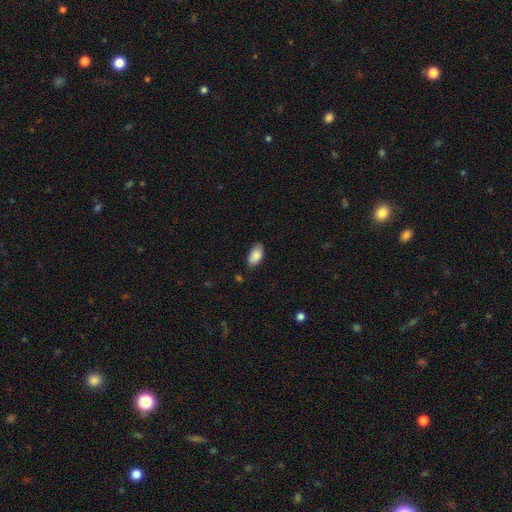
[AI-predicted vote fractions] smooth 87%, star or artifact 7%, featured or disk 6%. Down the decision tree: how rounded — in between (94%); merging — none (78%).